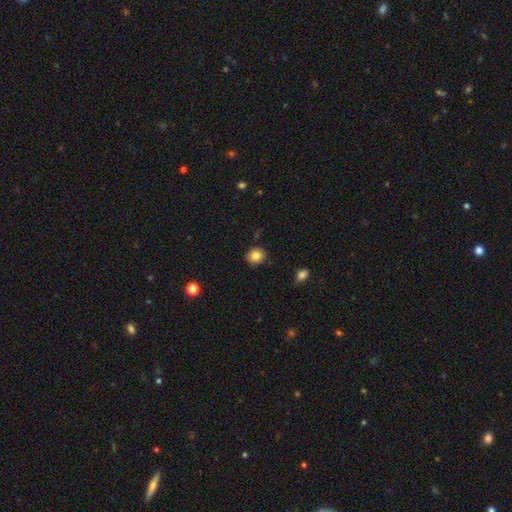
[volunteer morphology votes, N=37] A smooth galaxy with no disk features (76%) that is round (71%).

Vote fractions:
- Smooth or featured? smooth: 76% / featured or disk: 16% / star or artifact: 8%
- How rounded? round: 71% / in between: 29% / cigar-shaped: 0%
- Merging? none: 94% / minor disturbance: 6% / major disturbance: 0% / merger: 0%